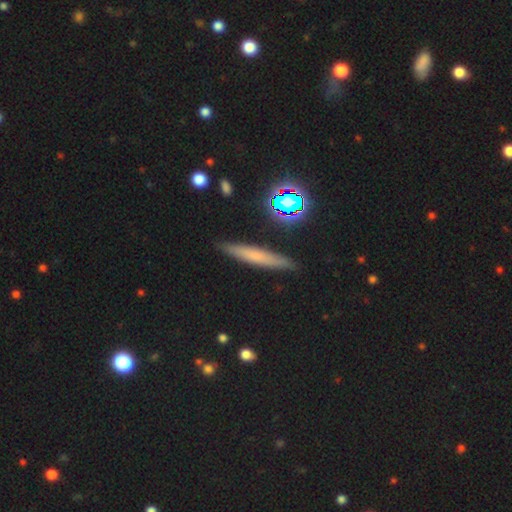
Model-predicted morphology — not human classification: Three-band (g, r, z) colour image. It shows a smooth galaxy with no disk features (55%) that is cigar-shaped (90%). Merging: none (88%).